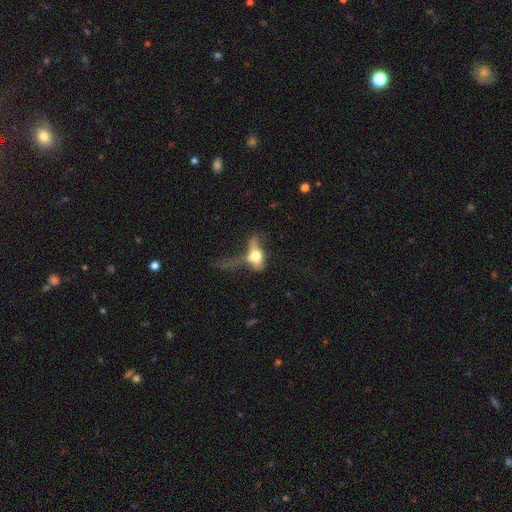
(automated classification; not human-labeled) This is possibly a smooth galaxy (52%). How rounded: likely in between (71%). Merging: possibly major disturbance (48%).